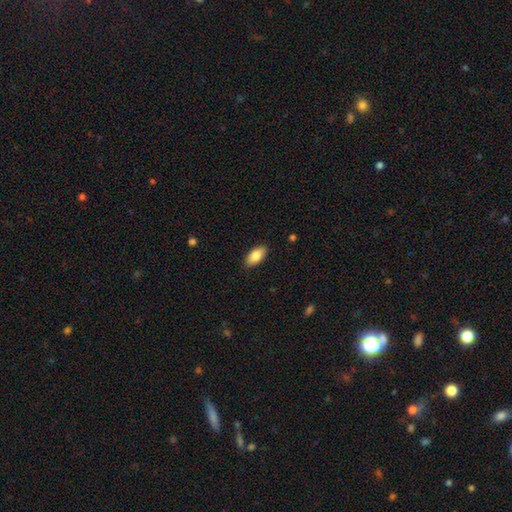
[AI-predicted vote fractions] Morphology: type=smooth (82%); roundness=in between (92%); merging=none (89%).